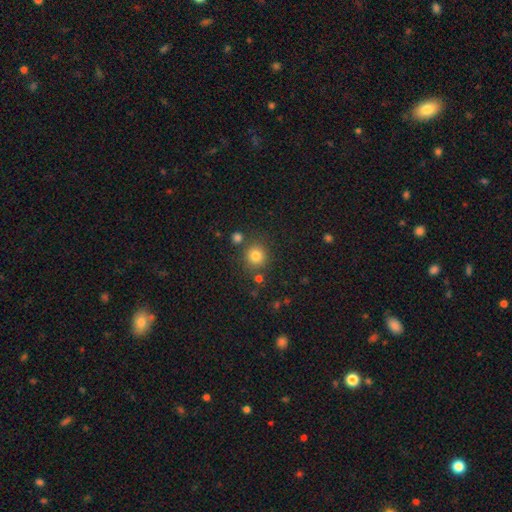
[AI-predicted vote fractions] Smooth or featured: smooth — 81% (star or artifact — 13%)
How rounded: round — 91% (in between — 8%)
Merging: none — 81% (minor disturbance — 9%)